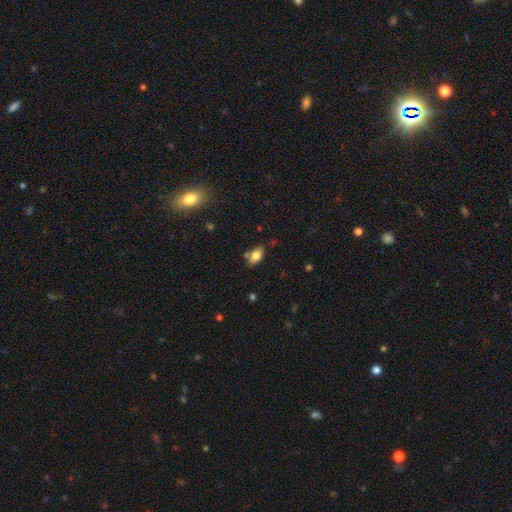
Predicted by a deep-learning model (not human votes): Smooth or featured? Predicted: smooth (p=0.77). How rounded? Predicted: in between (p=0.89). Merging? Predicted: none (p=0.72).